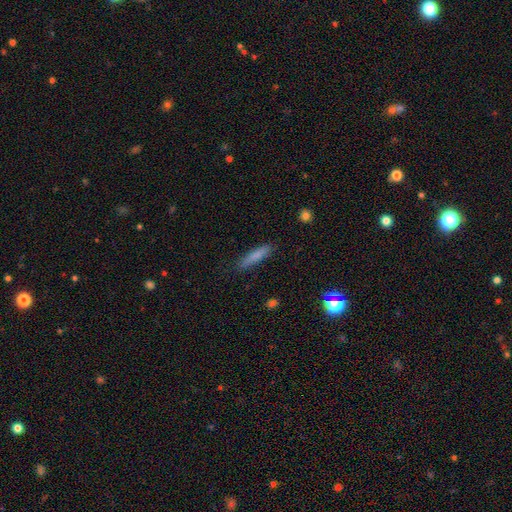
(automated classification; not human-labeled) A smooth galaxy with no disk features (78%) that is cigar-shaped (85%). Merging: none (86%).